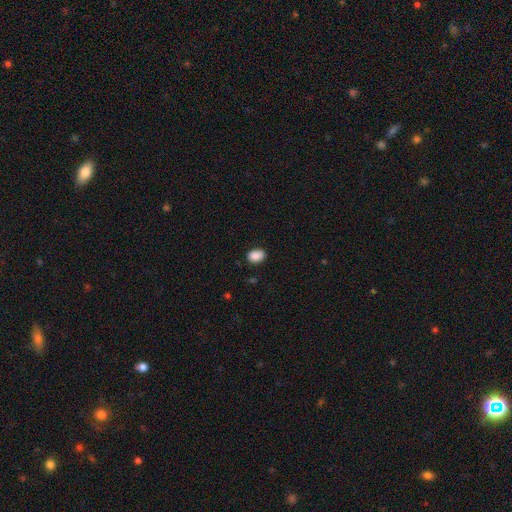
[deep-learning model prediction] Smooth or featured: smooth — 89% (star or artifact — 8%)
How rounded: in between — 74% (round — 25%)
Merging: none — 87% (minor disturbance — 10%)